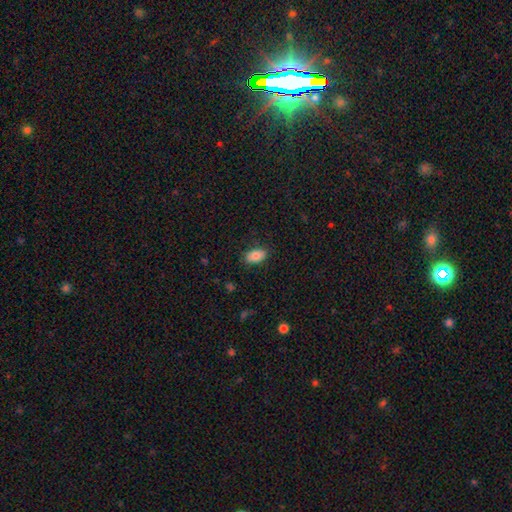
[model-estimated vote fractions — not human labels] Smooth or featured: smooth — 82% (featured or disk — 10%)
How rounded: in between — 92% (round — 6%)
Merging: none — 85% (minor disturbance — 12%)